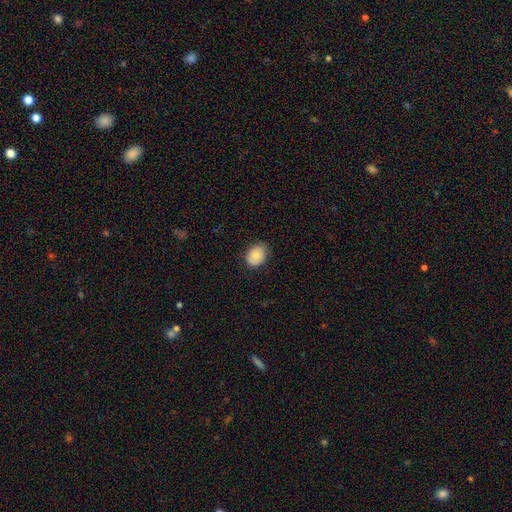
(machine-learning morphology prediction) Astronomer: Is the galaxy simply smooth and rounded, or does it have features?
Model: smooth — 85%.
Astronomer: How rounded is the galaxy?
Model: in between — 62% (runner-up: round, 38%).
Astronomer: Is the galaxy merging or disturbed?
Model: none — 80%.